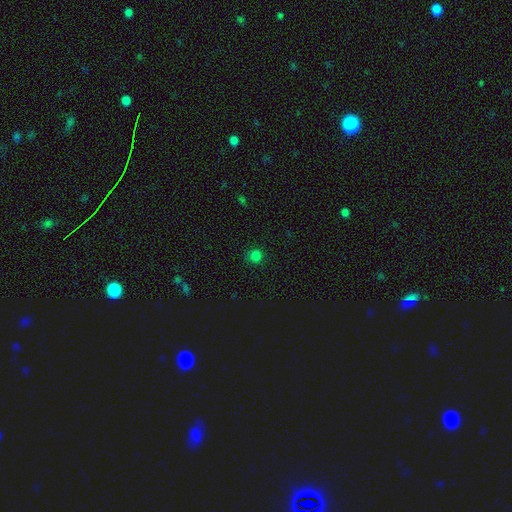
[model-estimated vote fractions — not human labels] smooth 78%, star or artifact 19%, featured or disk 4%. Down the decision tree: how rounded — round (92%); merging — none (86%).